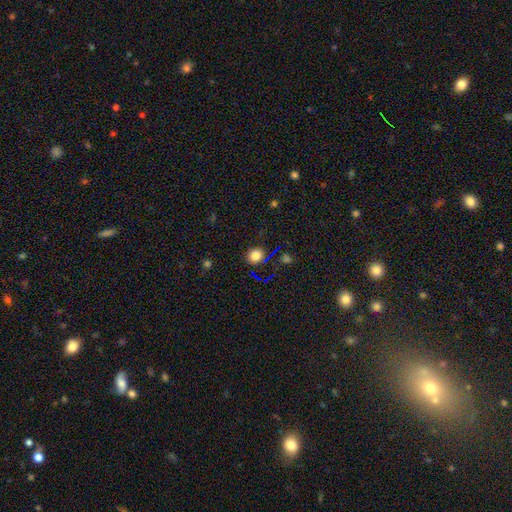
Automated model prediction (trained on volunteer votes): The model was most divided on "smooth or featured": smooth: 77%, star or artifact: 17%, featured or disk: 6%. More confident: merging — none (87%); how rounded — round (84%).